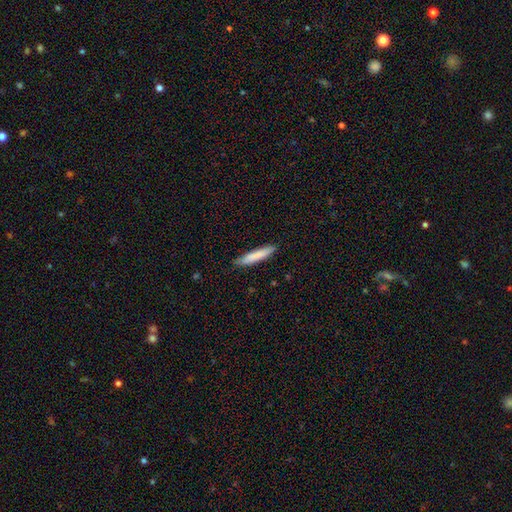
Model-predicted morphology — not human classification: This appears to be a smooth galaxy with no disk features (81%) that is cigar-shaped (90%). Merging: none (84%).